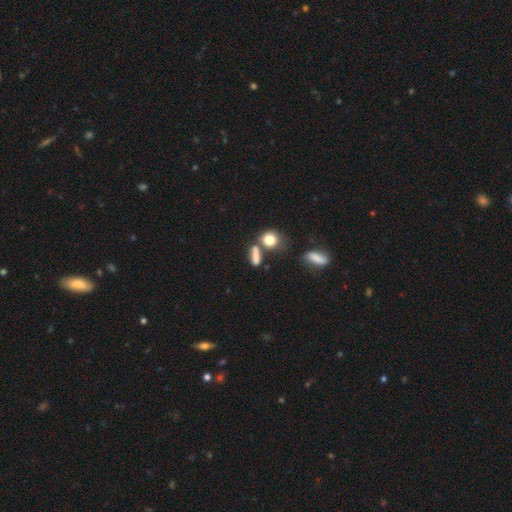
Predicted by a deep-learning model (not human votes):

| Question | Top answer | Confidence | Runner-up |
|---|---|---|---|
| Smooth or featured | smooth | 77% | star or artifact (12%) |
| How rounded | in between | 44% | cigar-shaped (32%) |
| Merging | none | 51% | merger (28%) |